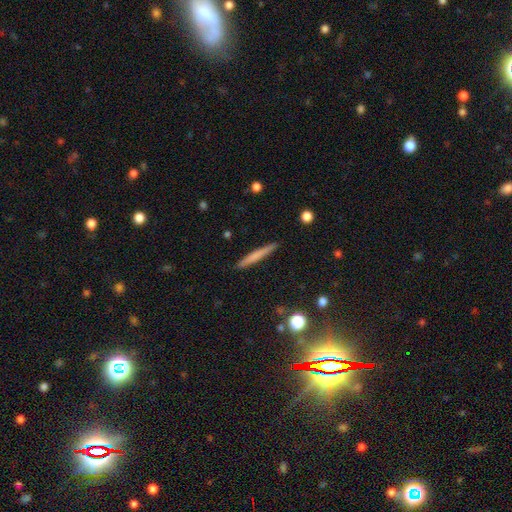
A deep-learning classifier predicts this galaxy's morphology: Overall: smooth (63%; featured or disk 31%). How rounded: cigar-shaped (96%). Merging: none (91%).